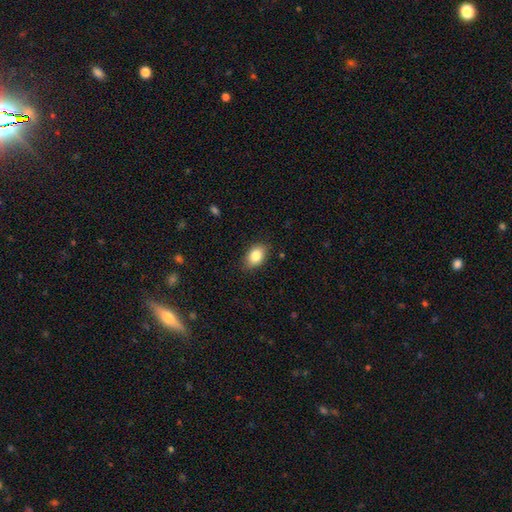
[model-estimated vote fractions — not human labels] Smooth or featured? smooth (84%)
How rounded? in between (83%)
Merging? none (85%)